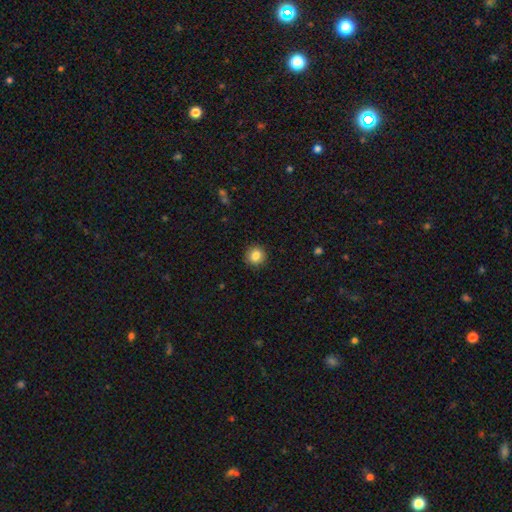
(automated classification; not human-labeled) Smooth or featured: smooth — 85% (star or artifact — 10%)
How rounded: round — 92% (in between — 7%)
Merging: none — 91% (minor disturbance — 6%)